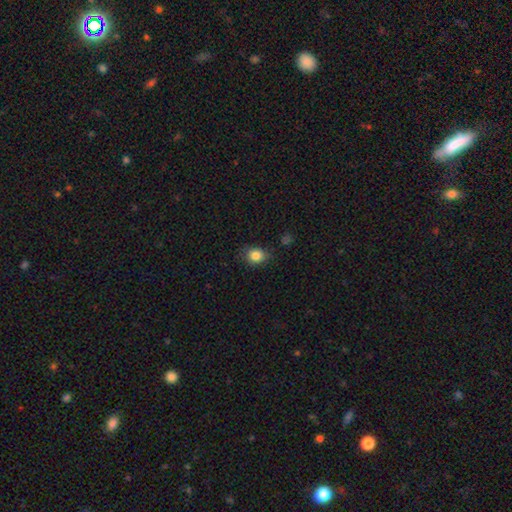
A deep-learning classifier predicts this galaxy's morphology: This appears to be a smooth galaxy with no disk features (84%) that is round (56%). Merging: none (77%).